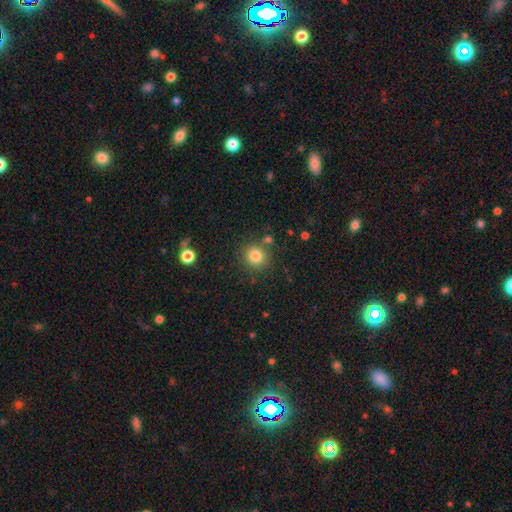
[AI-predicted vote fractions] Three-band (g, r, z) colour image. It shows a smooth galaxy with no disk features (82%) that is round (88%). Merging: none (81%).